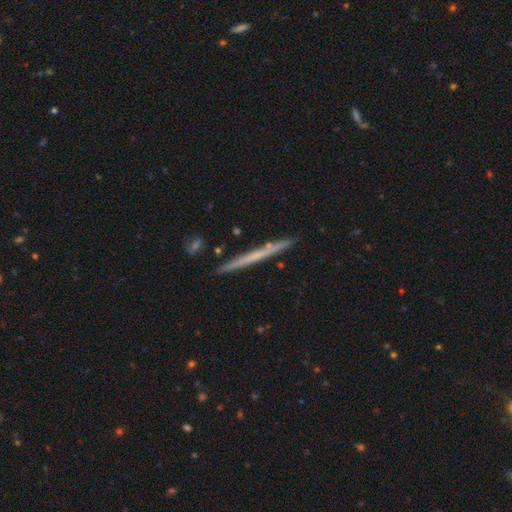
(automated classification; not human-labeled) The model was most divided on "smooth or featured": featured or disk: 51%, smooth: 43%, star or artifact: 5%. More confident: edge-on disk — yes (97%); merging — none (90%).